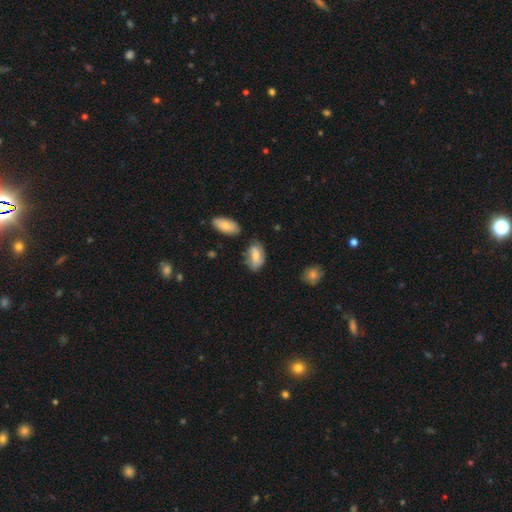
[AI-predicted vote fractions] Morphology: type=smooth (66%); roundness=in between (90%); merging=none (58%).